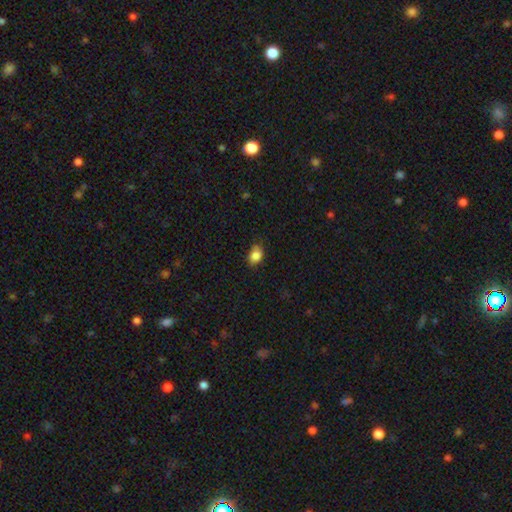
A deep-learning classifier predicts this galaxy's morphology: A smooth galaxy with no disk features (85%) that is in between round and cigar-shaped (67%).

Vote fractions:
- Smooth or featured? smooth: 85% / star or artifact: 9% / featured or disk: 6%
- How rounded? in between: 67% / round: 32% / cigar-shaped: 1%
- Merging? none: 69% / minor disturbance: 25% / major disturbance: 4% / merger: 2%